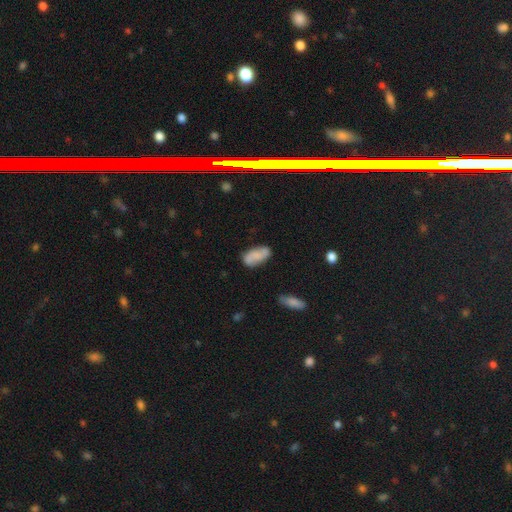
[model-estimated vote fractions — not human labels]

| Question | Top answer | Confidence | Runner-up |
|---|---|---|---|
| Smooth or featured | smooth | 65% | featured or disk (28%) |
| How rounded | in between | 90% | cigar-shaped (6%) |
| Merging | none | 72% | minor disturbance (20%) |